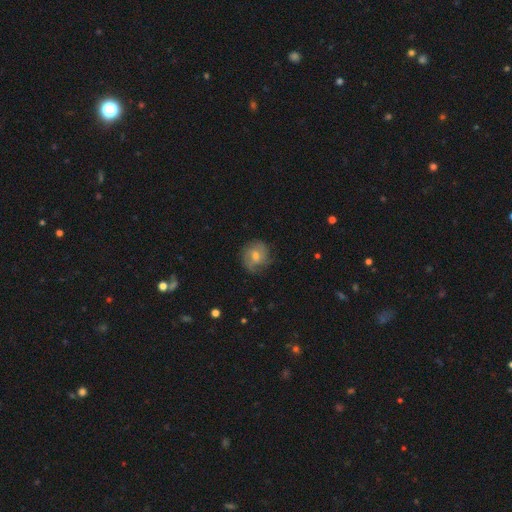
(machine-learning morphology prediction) The model was most divided on "smooth or featured": smooth: 45%, featured or disk: 43%, star or artifact: 12%. More confident: merging — none (73%).